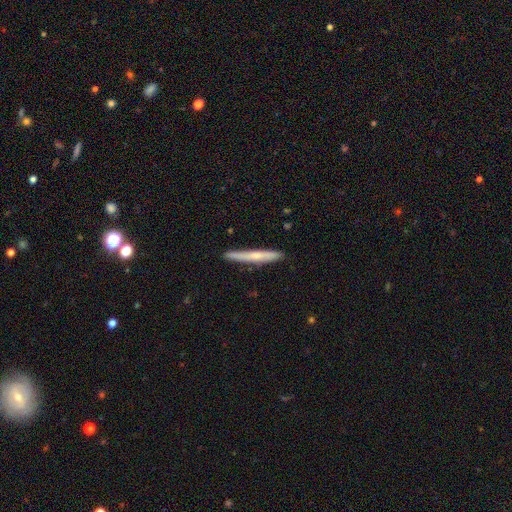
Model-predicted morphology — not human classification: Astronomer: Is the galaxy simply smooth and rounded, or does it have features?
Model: smooth — 52% (runner-up: featured or disk, 43%).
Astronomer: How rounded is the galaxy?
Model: cigar-shaped — 96%.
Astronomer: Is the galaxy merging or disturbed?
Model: none — 88%.